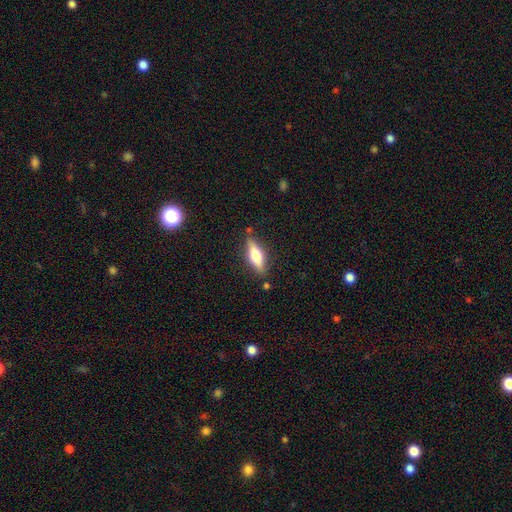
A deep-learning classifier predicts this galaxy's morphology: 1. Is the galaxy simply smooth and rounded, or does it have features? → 47% featured or disk, 46% smooth, 6% star or artifact.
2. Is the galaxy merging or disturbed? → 82% none, 12% minor disturbance, 3% major disturbance, 3% merger.